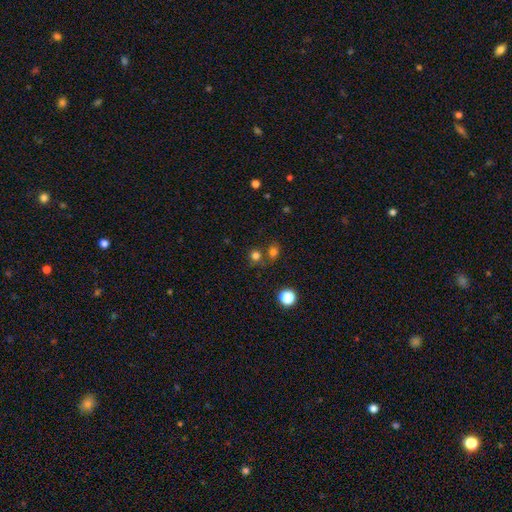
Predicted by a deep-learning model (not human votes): smooth_or_featured: smooth (p=0.72) [alt: star or artifact p=0.21]
how_rounded: round (p=0.84) [alt: in between p=0.15]
merging: none (p=0.63) [alt: merger p=0.24]